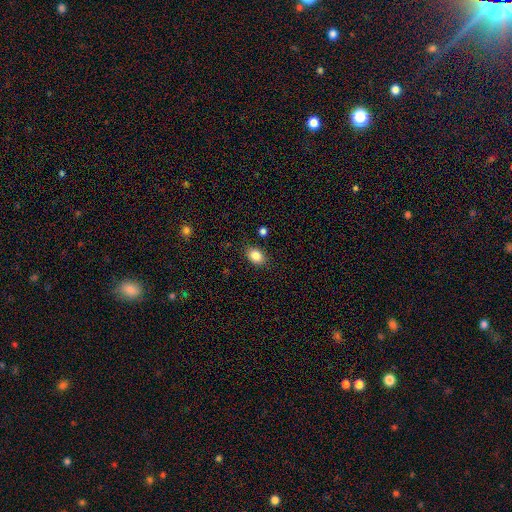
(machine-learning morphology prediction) Q: Smooth or featured?
A: smooth (85%); runner-up: star or artifact (9%)
Q: How rounded?
A: in between (71%); runner-up: round (28%)
Q: Merging?
A: none (85%); runner-up: minor disturbance (10%)